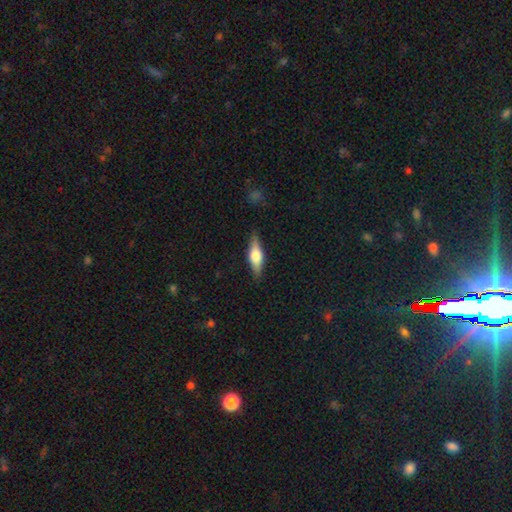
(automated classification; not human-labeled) A featured or disk galaxy (48%).

Vote fractions:
- Smooth or featured? featured or disk: 48% / smooth: 46% / star or artifact: 6%
- Merging? none: 85% / minor disturbance: 11% / major disturbance: 2% / merger: 1%